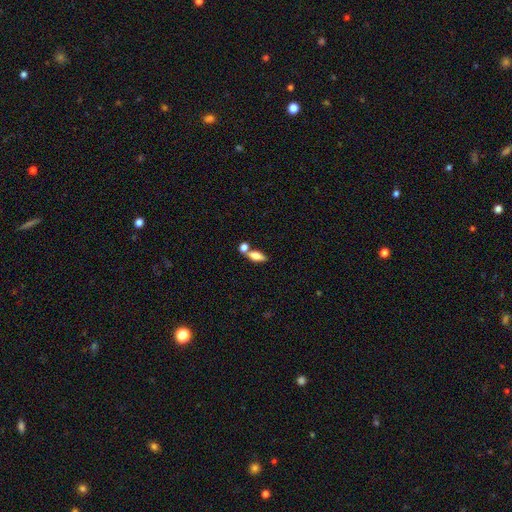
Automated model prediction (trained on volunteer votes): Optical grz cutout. It shows a smooth galaxy with no disk features (75%) that is in between round and cigar-shaped (78%). Merging: none (49%).